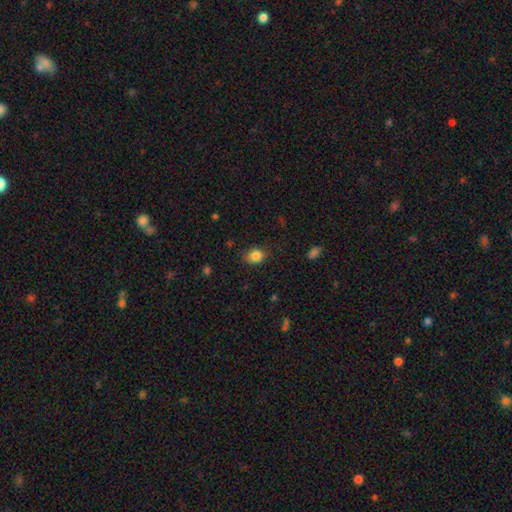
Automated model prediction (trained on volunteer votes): smooth 84%, star or artifact 10%, featured or disk 5%. Down the decision tree: how rounded — in between (53%); merging — none (79%).